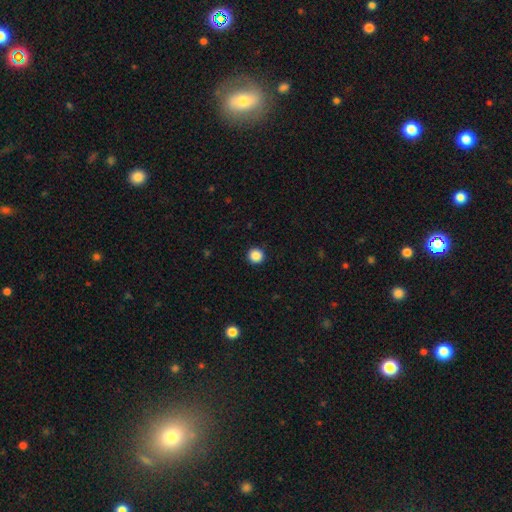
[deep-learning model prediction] Smooth or featured? Predicted: smooth (p=0.87). How rounded? Predicted: round (p=0.95). Merging? Predicted: none (p=0.93).